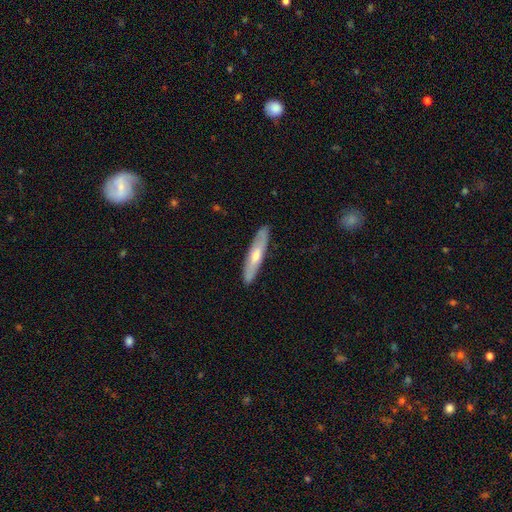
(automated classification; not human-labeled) smooth-or-featured: featured or disk: 49% | smooth: 45% | star or artifact: 6%
  merging: none: 88% | minor disturbance: 9% | major disturbance: 2% | merger: 1%